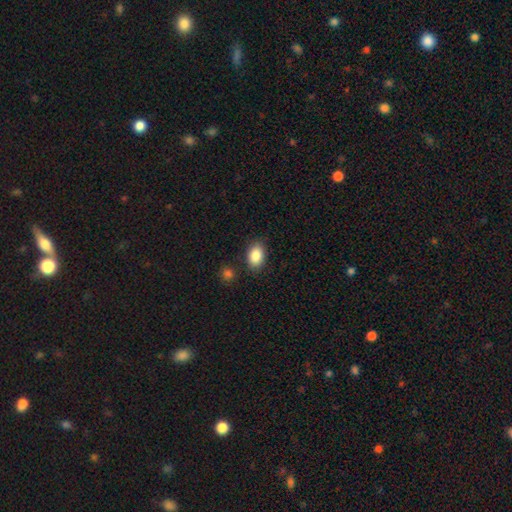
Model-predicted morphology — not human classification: The model was most divided on "merging": none: 83%, minor disturbance: 11%, merger: 4%, major disturbance: 3%. More confident: smooth or featured — smooth (87%); how rounded — in between (86%).